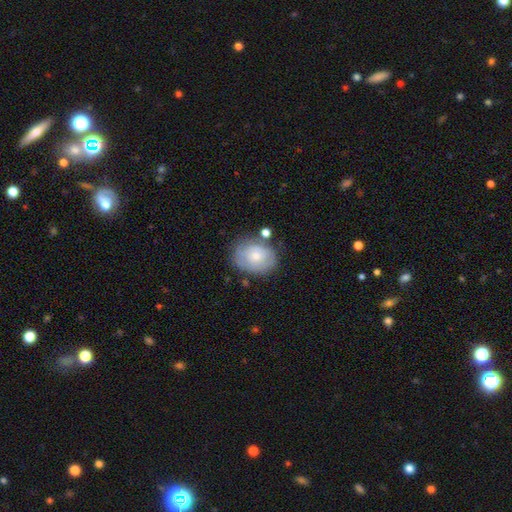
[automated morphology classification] Overall: smooth (57%; featured or disk 36%). How rounded: in between (54%; round 45%). Merging: none (65%).